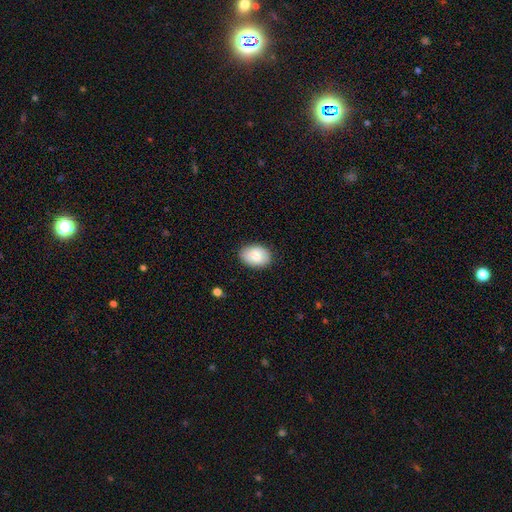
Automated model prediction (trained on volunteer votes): smooth 83%, featured or disk 10%, star or artifact 7%. Down the decision tree: how rounded — in between (82%); merging — none (87%).